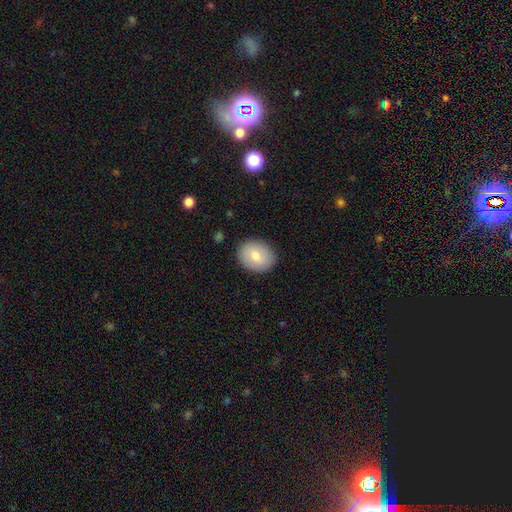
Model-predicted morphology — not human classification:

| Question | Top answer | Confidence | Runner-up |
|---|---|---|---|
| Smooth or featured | smooth | 74% | featured or disk (18%) |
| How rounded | round | 51% | in between (48%) |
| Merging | none | 88% | minor disturbance (9%) |